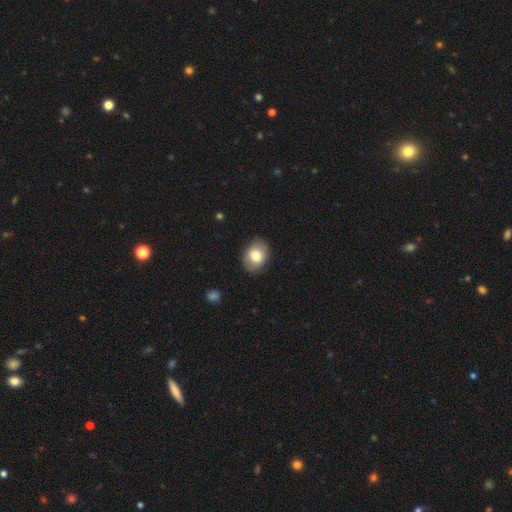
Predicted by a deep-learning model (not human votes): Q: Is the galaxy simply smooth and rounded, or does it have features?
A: smooth — 79%.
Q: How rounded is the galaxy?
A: in between — 70%.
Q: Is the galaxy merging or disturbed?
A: none — 85%.